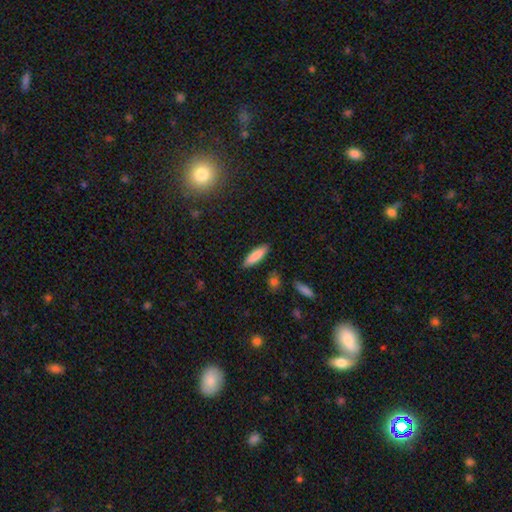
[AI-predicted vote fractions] This appears to be a smooth galaxy with no disk features (84%) that is cigar-shaped (63%). Merging: none (87%).